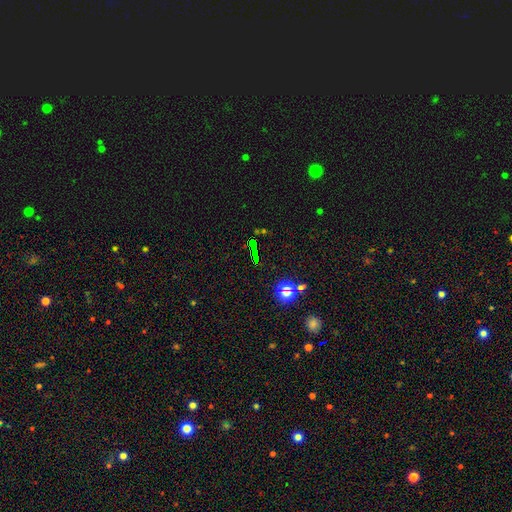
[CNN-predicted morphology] type=star or artifact (72%).